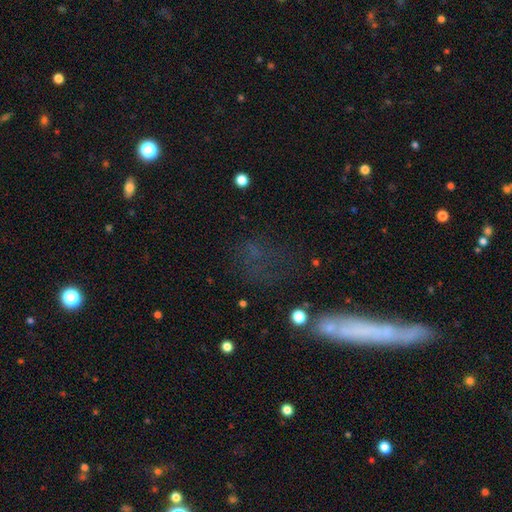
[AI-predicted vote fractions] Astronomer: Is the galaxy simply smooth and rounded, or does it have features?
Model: smooth — 44% (runner-up: star or artifact, 30%).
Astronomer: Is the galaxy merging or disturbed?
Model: none — 47% (runner-up: major disturbance, 25%).